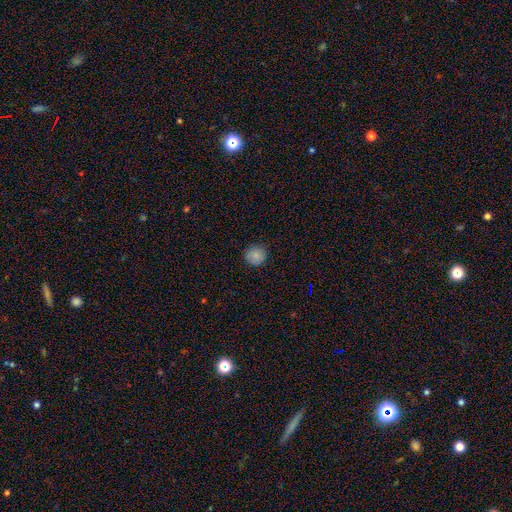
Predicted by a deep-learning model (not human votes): A smooth galaxy with no disk features (86%) that is round (93%). Merging: none (88%).